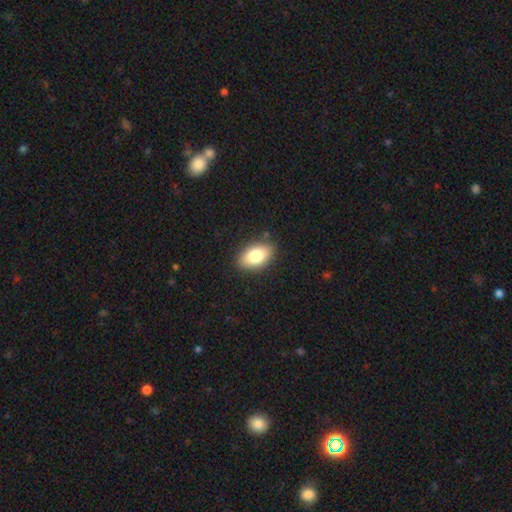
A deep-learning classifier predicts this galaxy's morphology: A smooth galaxy with no disk features (80%) that is in between round and cigar-shaped (90%).

Vote fractions:
- Smooth or featured? smooth: 80% / featured or disk: 12% / star or artifact: 7%
- How rounded? in between: 90% / round: 7% / cigar-shaped: 2%
- Merging? none: 86% / minor disturbance: 11% / major disturbance: 2% / merger: 1%